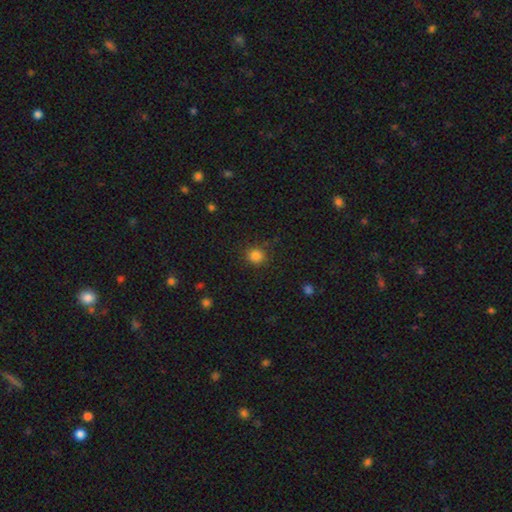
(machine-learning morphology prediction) smooth-or-featured: smooth: 84% | star or artifact: 12% | featured or disk: 4%
  how-rounded: round: 87% | in between: 12% | cigar-shaped: 1%
  merging: none: 87% | minor disturbance: 9% | major disturbance: 3% | merger: 2%